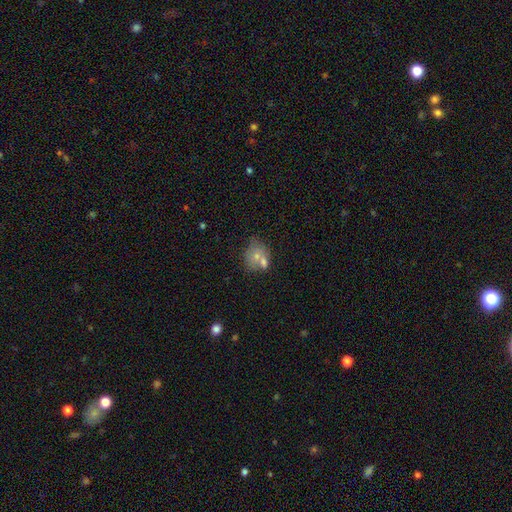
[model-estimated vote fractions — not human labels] Morphology: type=smooth (63%); roundness=round (59%); merging=none (45%).